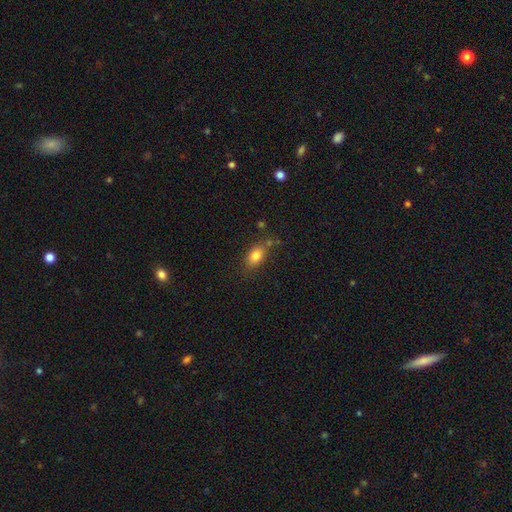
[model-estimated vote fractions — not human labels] Smooth or featured: smooth — 82% (star or artifact — 9%)
How rounded: in between — 83% (round — 13%)
Merging: none — 69% (minor disturbance — 18%)